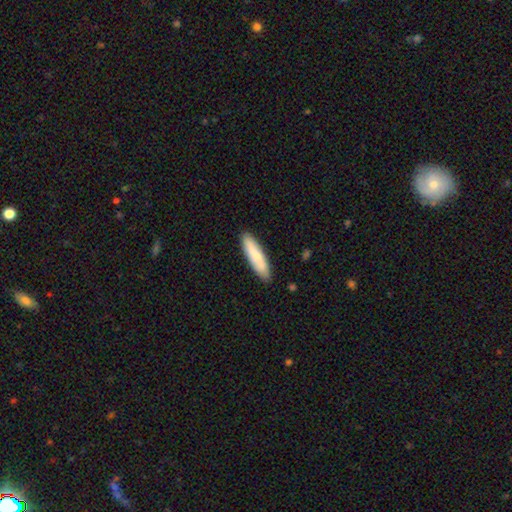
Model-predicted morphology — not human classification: Smooth or featured? Predicted: smooth (p=0.77). How rounded? Predicted: cigar-shaped (p=0.75). Merging? Predicted: none (p=0.87).